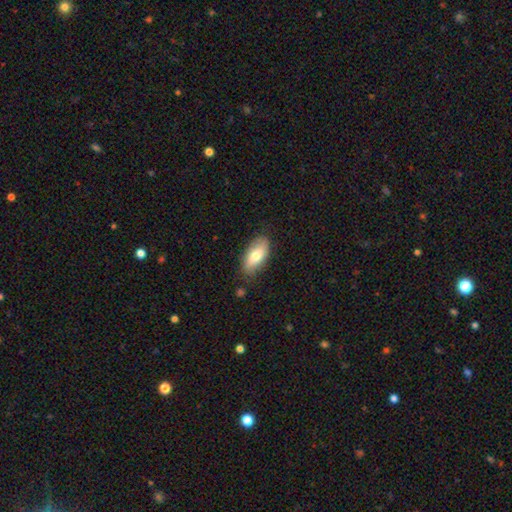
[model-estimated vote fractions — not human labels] smooth 72%, featured or disk 22%, star or artifact 6%. Down the decision tree: how rounded — in between (90%); merging — none (78%).